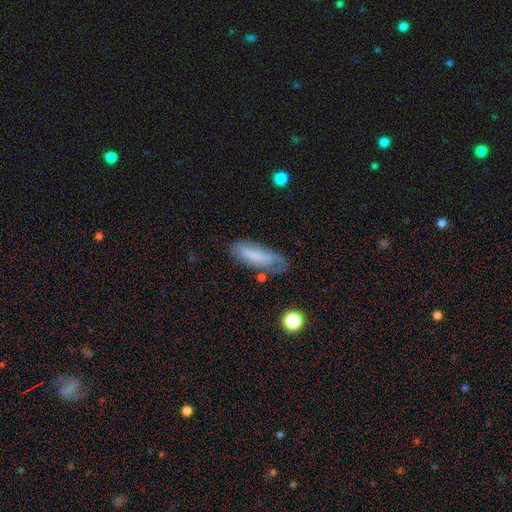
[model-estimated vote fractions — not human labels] smooth-or-featured: smooth: 61% | featured or disk: 30% | star or artifact: 9%
  how-rounded: in between: 59% | cigar-shaped: 39% | round: 2%
  merging: none: 47% | minor disturbance: 32% | major disturbance: 16% | merger: 5%